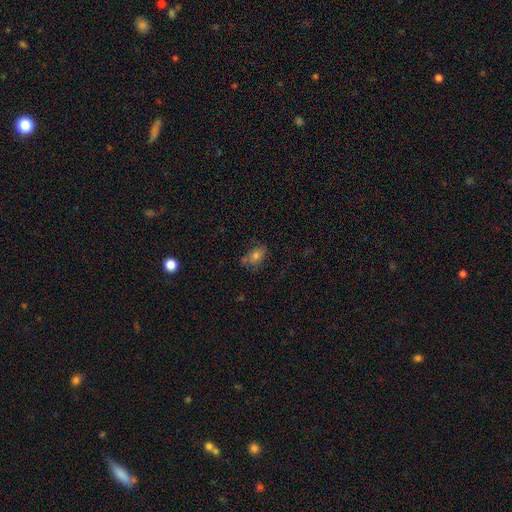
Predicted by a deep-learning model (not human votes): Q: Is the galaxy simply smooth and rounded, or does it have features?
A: smooth — 63%.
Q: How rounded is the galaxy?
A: in between — 75%.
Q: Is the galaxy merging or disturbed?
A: none — 61%.